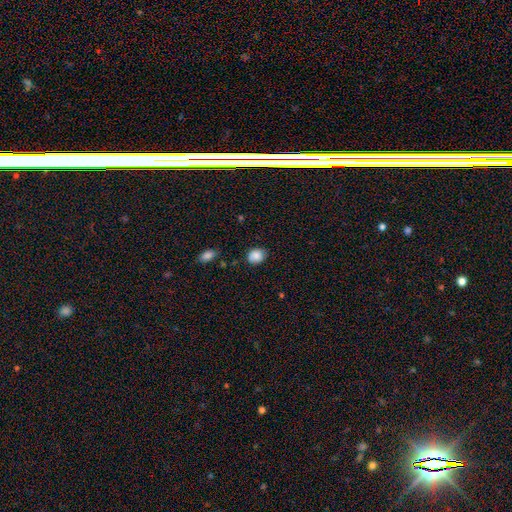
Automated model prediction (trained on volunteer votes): Overall: smooth (87%). How rounded: round (59%; in between 40%). Merging: none (80%).